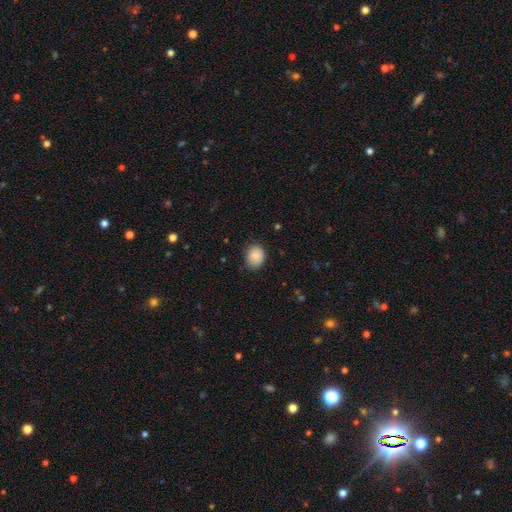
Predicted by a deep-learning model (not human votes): Smooth or featured?
  - smooth: 84% *
  - star or artifact: 8%
  - featured or disk: 8%
How rounded?
  - round: 51% *
  - in between: 49%
  - cigar-shaped: 1%
Merging?
  - none: 78% *
  - minor disturbance: 18%
  - major disturbance: 3%
  - merger: 1%